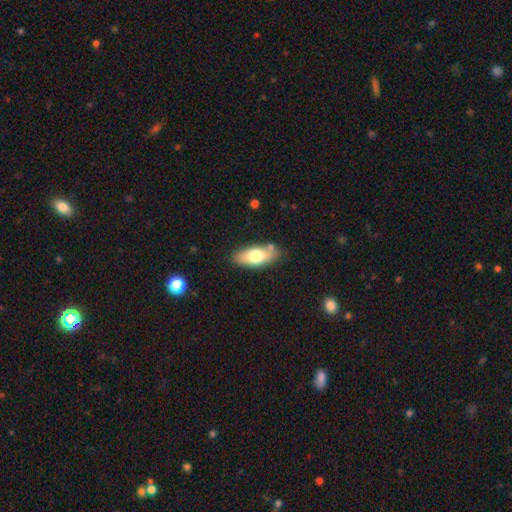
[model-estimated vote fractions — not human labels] The model was most divided on "smooth or featured": smooth: 69%, featured or disk: 24%, star or artifact: 6%. More confident: how rounded — in between (81%); merging — none (79%).